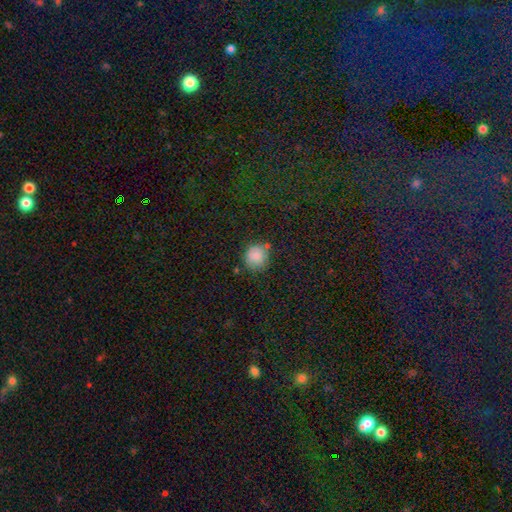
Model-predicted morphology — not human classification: Smooth or featured?
  - smooth: 84% *
  - star or artifact: 10%
  - featured or disk: 6%
How rounded?
  - round: 86% *
  - in between: 13%
  - cigar-shaped: 1%
Merging?
  - none: 72% *
  - minor disturbance: 17%
  - merger: 6%
  - major disturbance: 5%